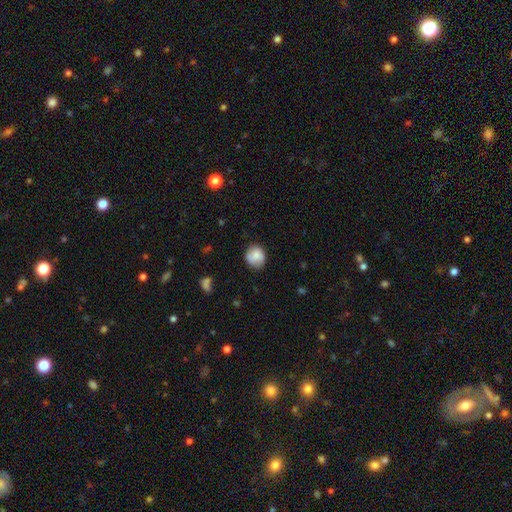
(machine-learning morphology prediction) The model was most divided on "merging": none: 71%, minor disturbance: 22%, major disturbance: 5%, merger: 2%. More confident: smooth or featured — smooth (78%); how rounded — round (75%).